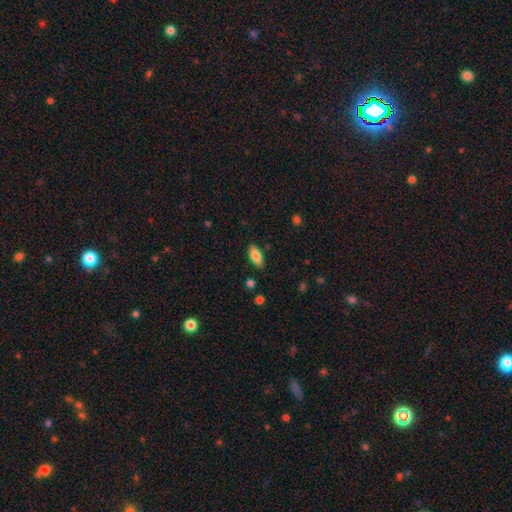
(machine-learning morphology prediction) This is likely a smooth galaxy (78%). How rounded: clearly in between (82%). Merging: clearly none (86%).